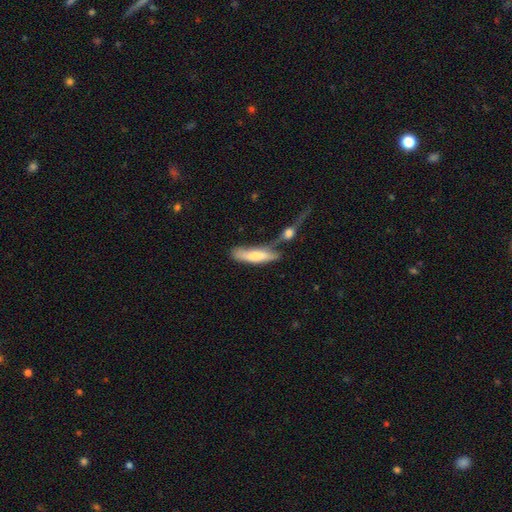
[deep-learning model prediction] This is likely a smooth galaxy (67%). How rounded: likely cigar-shaped (66%). Merging: marginally none (39%).